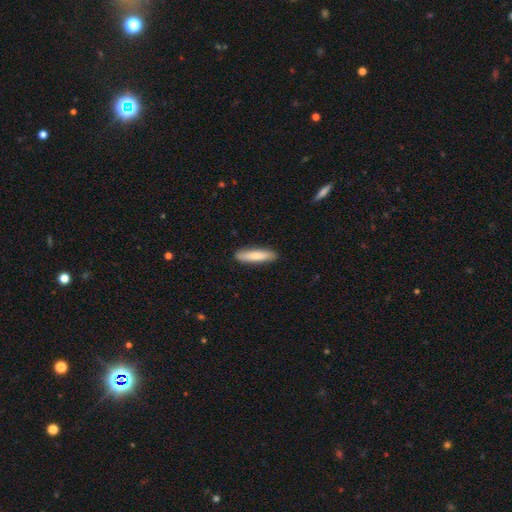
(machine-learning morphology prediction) A smooth galaxy with no disk features (78%) that is cigar-shaped (80%). Merging: none (89%).